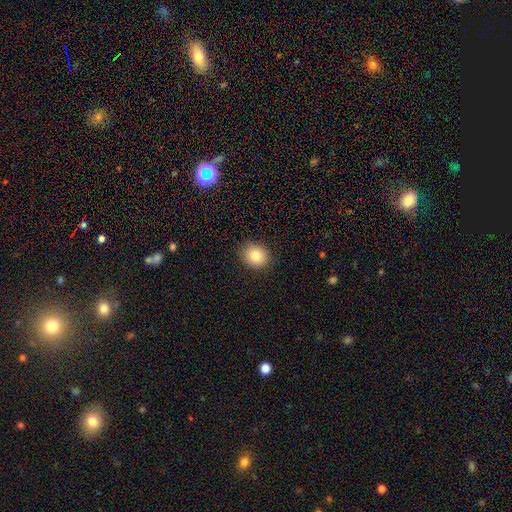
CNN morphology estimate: smooth 85%, star or artifact 9%, featured or disk 6%. Down the decision tree: how rounded — round (67%); merging — none (89%).